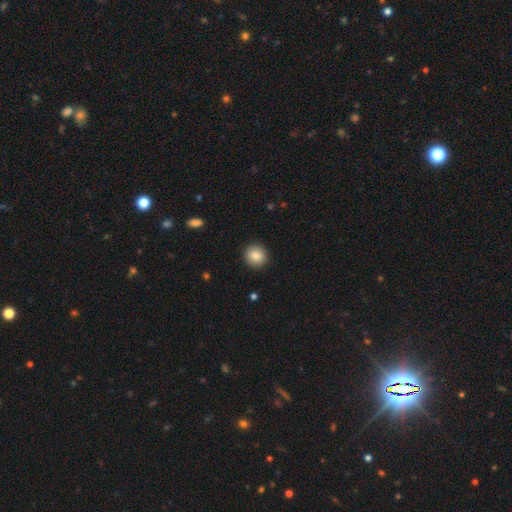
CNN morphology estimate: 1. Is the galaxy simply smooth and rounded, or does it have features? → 84% smooth, 9% star or artifact, 7% featured or disk.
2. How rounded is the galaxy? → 92% round, 7% in between, 1% cigar-shaped.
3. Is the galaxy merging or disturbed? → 92% none, 6% minor disturbance, 2% major disturbance, 1% merger.